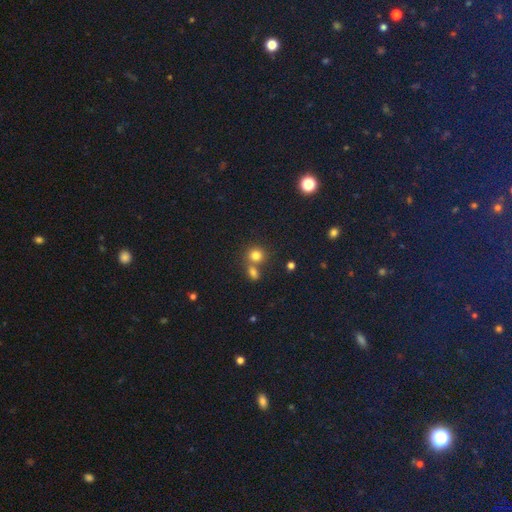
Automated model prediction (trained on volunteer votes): Smooth or featured?
  - smooth: 78% *
  - star or artifact: 15%
  - featured or disk: 7%
How rounded?
  - round: 80% *
  - in between: 19%
  - cigar-shaped: 1%
Merging?
  - none: 53% *
  - merger: 36%
  - minor disturbance: 8%
  - major disturbance: 3%